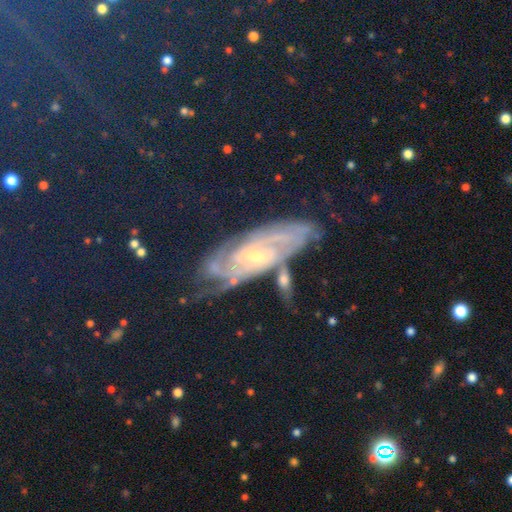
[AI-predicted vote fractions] featured or disk 39%, star or artifact 38%, smooth 23%. Down the decision tree: merging — none (64%).